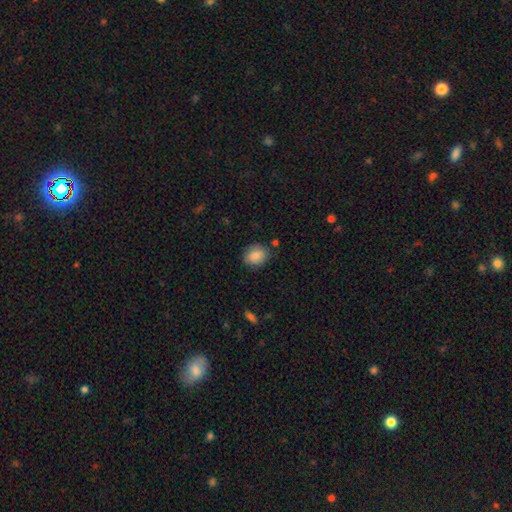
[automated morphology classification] smooth-or-featured: smooth: 83% | featured or disk: 9% | star or artifact: 8%
  how-rounded: in between: 50% | round: 49% | cigar-shaped: 1%
  merging: none: 76% | minor disturbance: 17% | major disturbance: 4% | merger: 3%